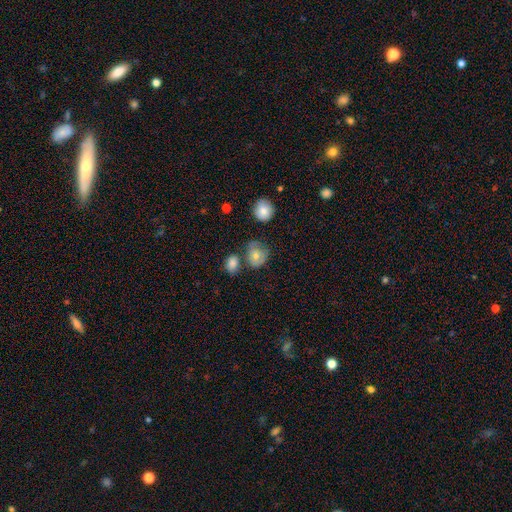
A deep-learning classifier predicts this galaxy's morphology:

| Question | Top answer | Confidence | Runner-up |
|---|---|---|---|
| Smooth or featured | smooth | 63% | featured or disk (24%) |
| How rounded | round | 67% | in between (31%) |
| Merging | none | 57% | minor disturbance (21%) |